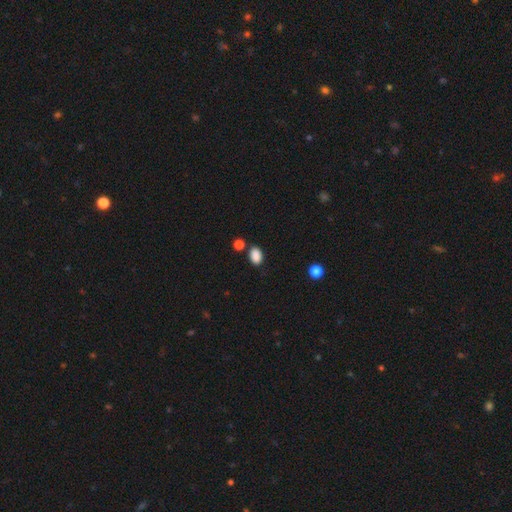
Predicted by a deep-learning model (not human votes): The model was most divided on "merging": none: 79%, minor disturbance: 12%, merger: 6%, major disturbance: 3%. More confident: smooth or featured — smooth (87%); how rounded — in between (85%).